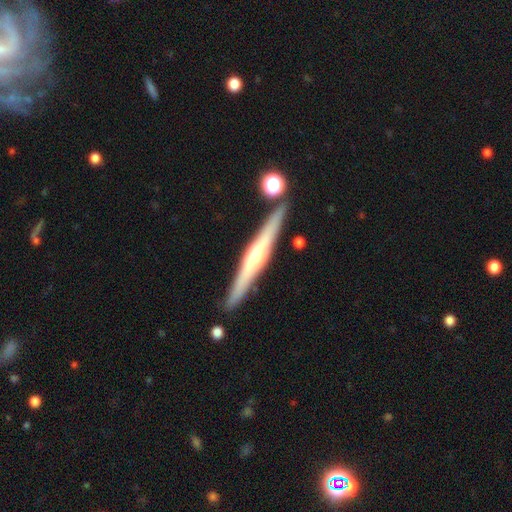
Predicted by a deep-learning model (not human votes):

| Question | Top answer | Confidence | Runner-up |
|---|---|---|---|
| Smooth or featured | featured or disk | 70% | smooth (24%) |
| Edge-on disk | yes | 96% | no (4%) |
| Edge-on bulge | rounded | 82% | none (10%) |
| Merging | none | 87% | minor disturbance (8%) |